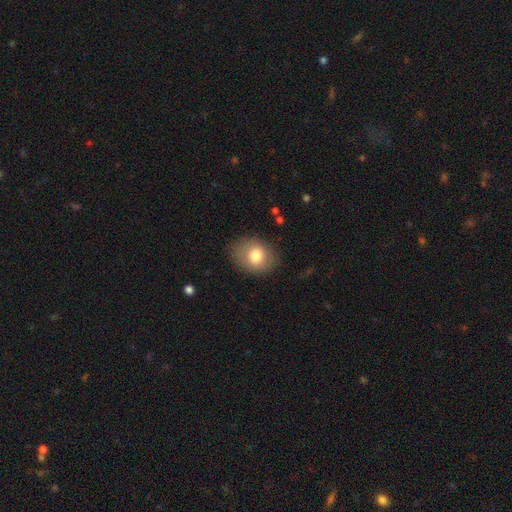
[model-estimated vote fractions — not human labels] Smooth or featured? Predicted: smooth (p=0.77). How rounded? Predicted: in between (p=0.61). Merging? Predicted: none (p=0.79).